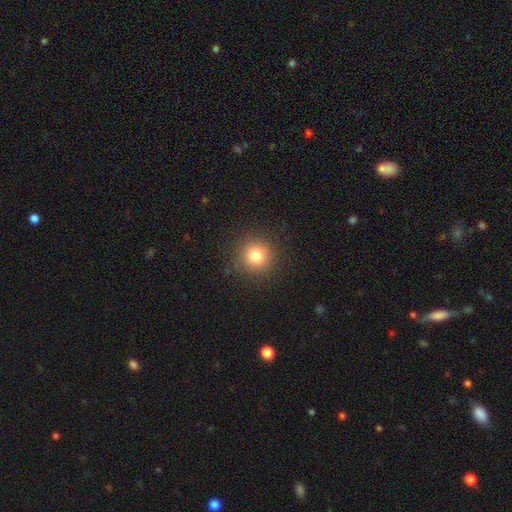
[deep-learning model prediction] A smooth galaxy with no disk features (79%) that is round (94%). Merging: none (90%).